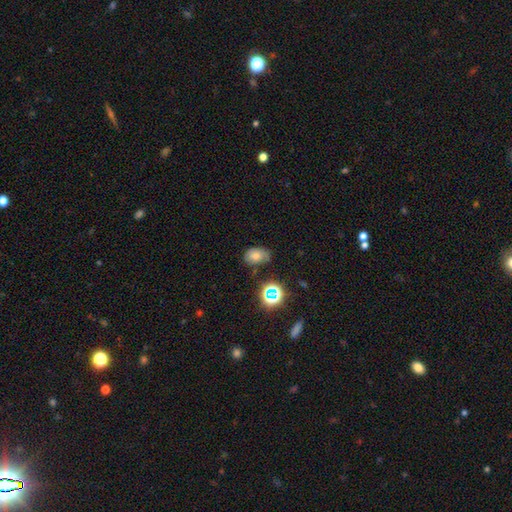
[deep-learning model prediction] Morphology: type=smooth (53%); roundness=in between (68%); merging=none (68%).